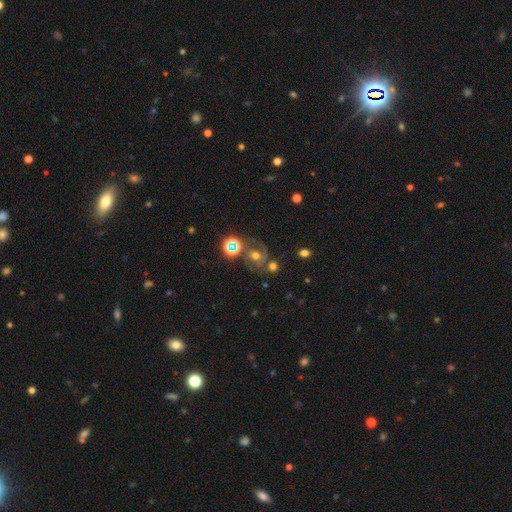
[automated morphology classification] Smooth or featured: featured or disk — 63% (star or artifact — 19%)
Edge-on disk: no — 97% (yes — 3%)
Bar: no — 62% (weak — 27%)
Spiral arms: yes — 88% (no — 12%)
Spiral winding: medium — 51% (tight — 28%)
Spiral arm count: 2 — 73% (1 — 12%)
Bulge size: moderate — 68% (small — 19%)
Merging: none — 53% (minor disturbance — 16%)